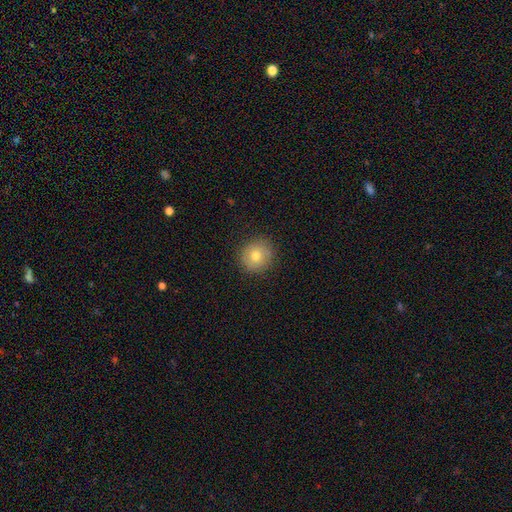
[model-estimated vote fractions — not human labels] Smooth or featured: smooth — 73% (featured or disk — 15%)
How rounded: round — 89% (in between — 10%)
Merging: none — 87% (minor disturbance — 9%)